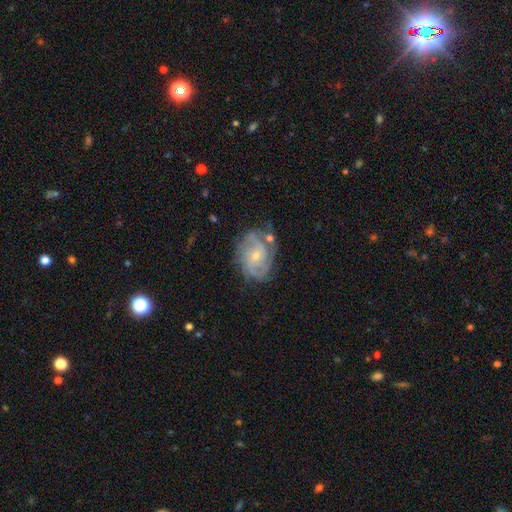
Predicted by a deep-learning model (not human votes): Smooth or featured: featured or disk — 82% (smooth — 11%)
Edge-on disk: no — 97% (yes — 3%)
Bar: no — 69% (weak — 27%)
Spiral arms: yes — 94% (no — 6%)
Spiral winding: tight — 53% (medium — 37%)
Spiral arm count: 3 — 27% (can't tell — 25%)
Bulge size: small — 71% (moderate — 26%)
Merging: none — 65% (minor disturbance — 21%)